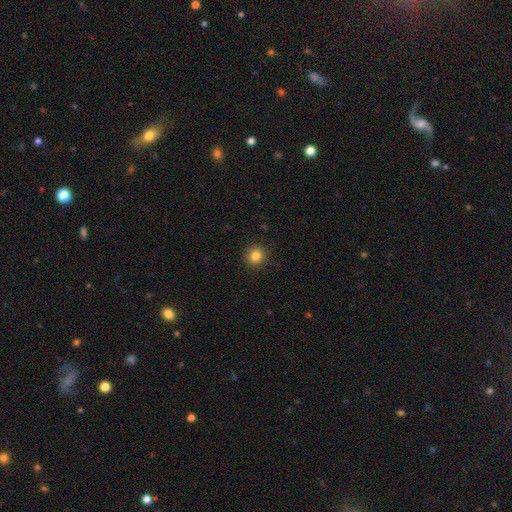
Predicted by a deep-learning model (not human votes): Smooth or featured? smooth (84%)
How rounded? round (93%)
Merging? none (92%)